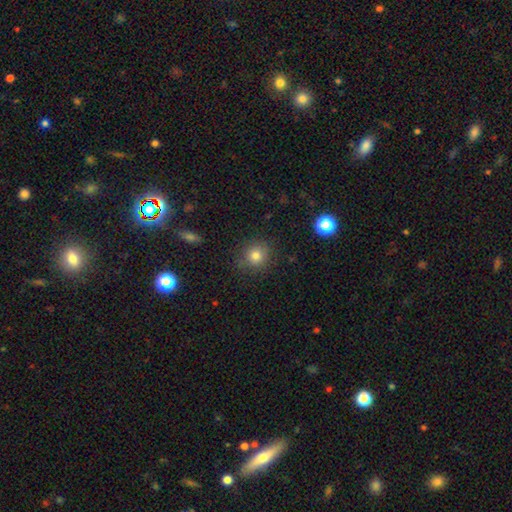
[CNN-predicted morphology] A smooth galaxy with no disk features (80%) that is round (88%).

Vote fractions:
- Smooth or featured? smooth: 80% / star or artifact: 12% / featured or disk: 7%
- How rounded? round: 88% / in between: 11% / cigar-shaped: 1%
- Merging? none: 83% / minor disturbance: 12% / major disturbance: 4% / merger: 2%